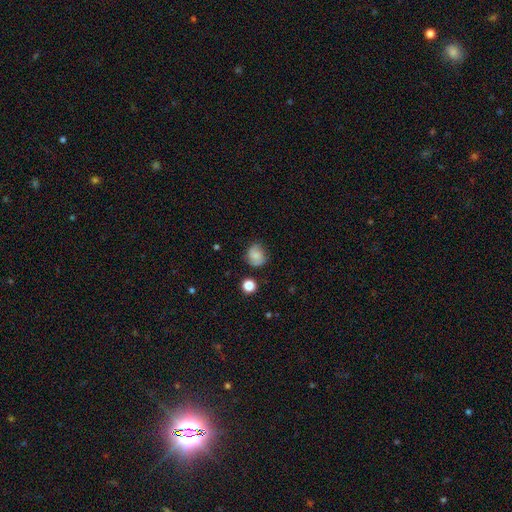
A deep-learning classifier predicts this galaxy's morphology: Smooth or featured? smooth (73%)
How rounded? round (69%)
Merging? none (69%)